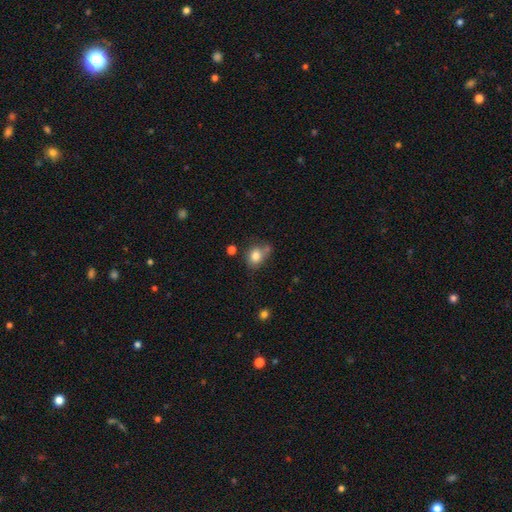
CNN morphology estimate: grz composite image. It shows a smooth galaxy with no disk features (80%) that is round (50%). Merging: none (50%).